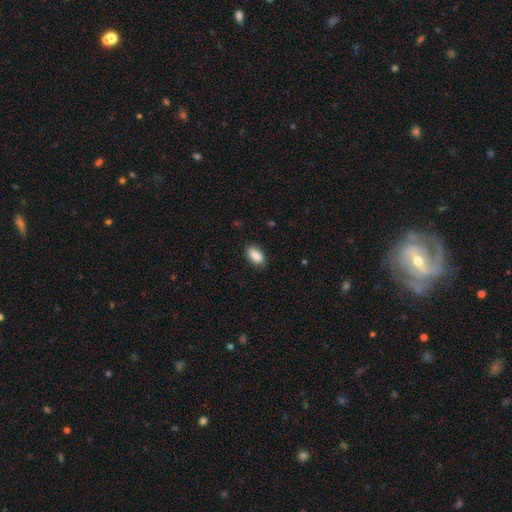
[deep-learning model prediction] This is clearly a smooth galaxy (89%). How rounded: clearly in between (93%). Merging: clearly none (85%).